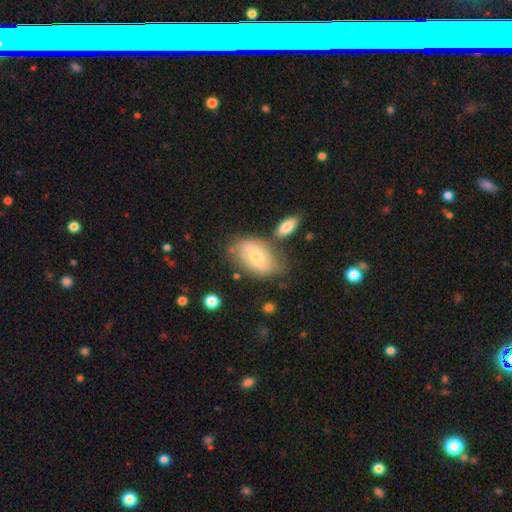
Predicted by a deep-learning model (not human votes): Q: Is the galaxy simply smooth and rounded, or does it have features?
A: smooth — 50%.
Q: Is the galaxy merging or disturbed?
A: none — 59%.